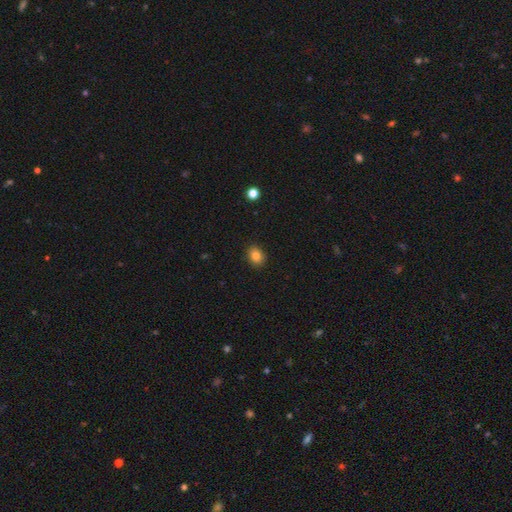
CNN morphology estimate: Smooth or featured? Predicted: smooth (p=0.83). How rounded? Predicted: in between (p=0.58). Merging? Predicted: none (p=0.89).